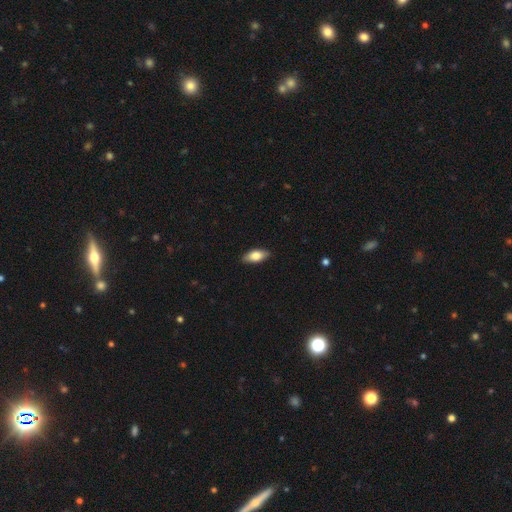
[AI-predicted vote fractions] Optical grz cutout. It shows a smooth galaxy with no disk features (78%) that is in between round and cigar-shaped (87%). Merging: none (87%).